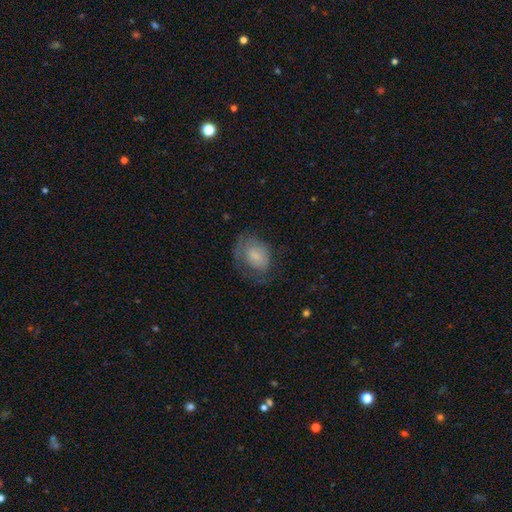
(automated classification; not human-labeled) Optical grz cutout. It shows a smooth galaxy with no disk features (65%) that is in between round and cigar-shaped (63%). Merging: none (49%).